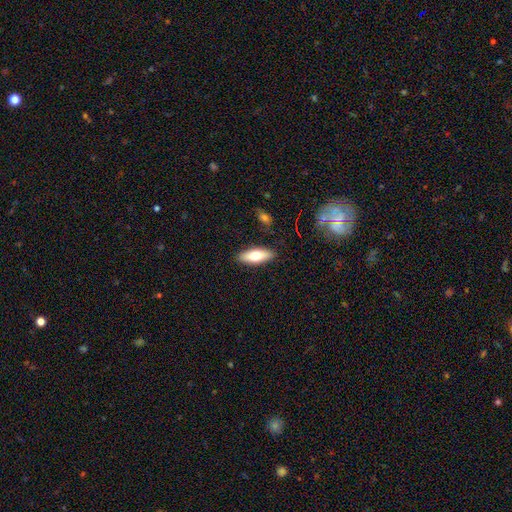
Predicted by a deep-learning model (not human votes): This is likely a smooth galaxy (69%). How rounded: likely in between (66%). Merging: clearly none (88%).